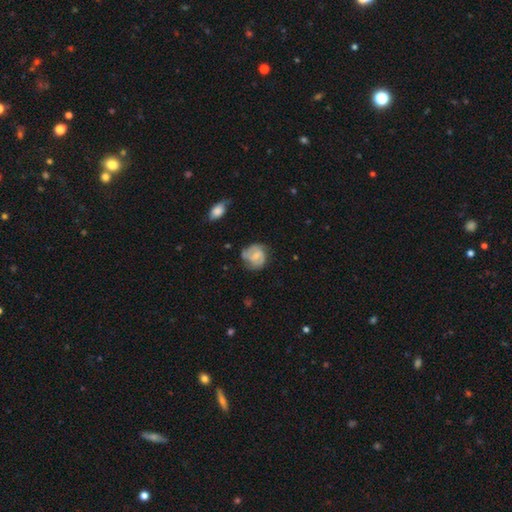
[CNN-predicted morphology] Overall: featured or disk (55%; smooth 38%). Edge-on disk: no (97%). Bar: no (47%; weak 42%). Spiral arms: yes (81%). Bulge size: small (44%; moderate 29%). Merging: none (58%; minor disturbance 27%).